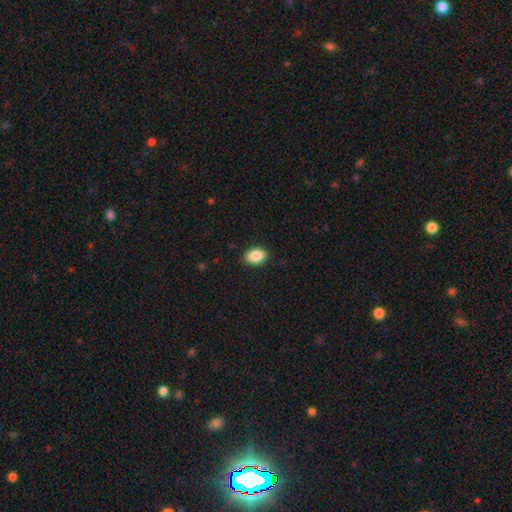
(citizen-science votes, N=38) A smooth galaxy with no disk features (87%) that is in between round and cigar-shaped (82%).

Vote fractions:
- Smooth or featured? smooth: 87% / star or artifact: 8% / featured or disk: 5%
- How rounded? in between: 82% / round: 15% / cigar-shaped: 3%
- Merging? none: 89% / minor disturbance: 9% / major disturbance: 3% / merger: 0%